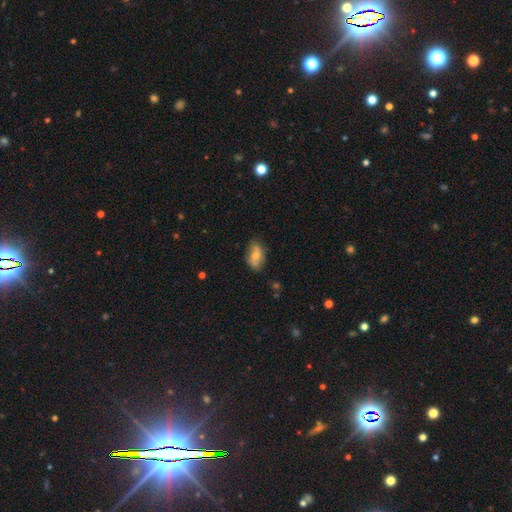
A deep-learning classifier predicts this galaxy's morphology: A smooth galaxy with no disk features (60%) that is in between round and cigar-shaped (89%).

Vote fractions:
- Smooth or featured? smooth: 60% / featured or disk: 32% / star or artifact: 8%
- How rounded? in between: 89% / round: 7% / cigar-shaped: 3%
- Merging? none: 73% / minor disturbance: 21% / major disturbance: 4% / merger: 2%